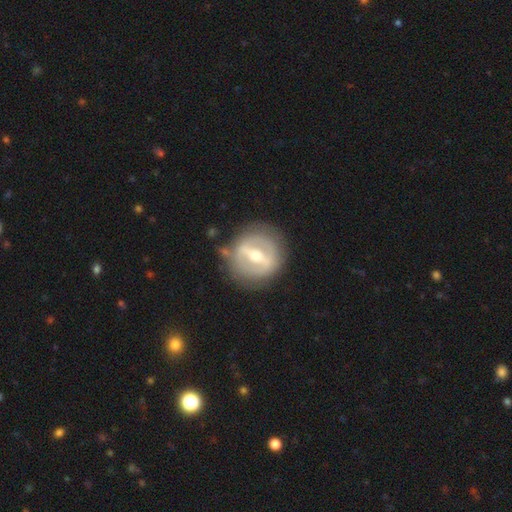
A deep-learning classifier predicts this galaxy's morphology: Smooth or featured: featured or disk — 77% (smooth — 17%)
Edge-on disk: no — 88% (yes — 12%)
Bar: strong — 74% (weak — 19%)
Spiral arms: no — 71% (yes — 29%)
Bulge size: moderate — 69% (small — 23%)
Merging: none — 80% (minor disturbance — 12%)